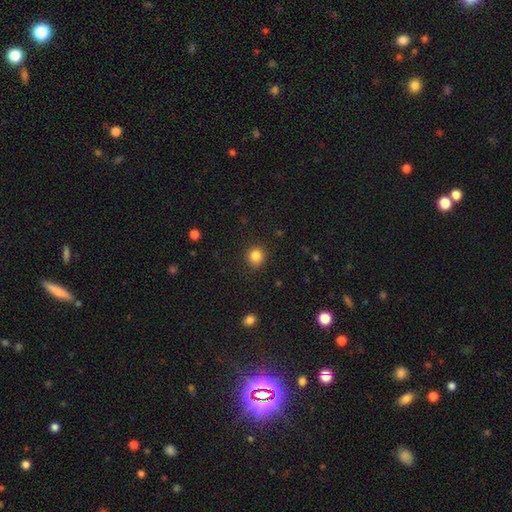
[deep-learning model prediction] Smooth or featured?
  - smooth: 84% *
  - star or artifact: 11%
  - featured or disk: 4%
How rounded?
  - round: 86% *
  - in between: 14%
  - cigar-shaped: 1%
Merging?
  - none: 88% *
  - minor disturbance: 8%
  - major disturbance: 3%
  - merger: 1%